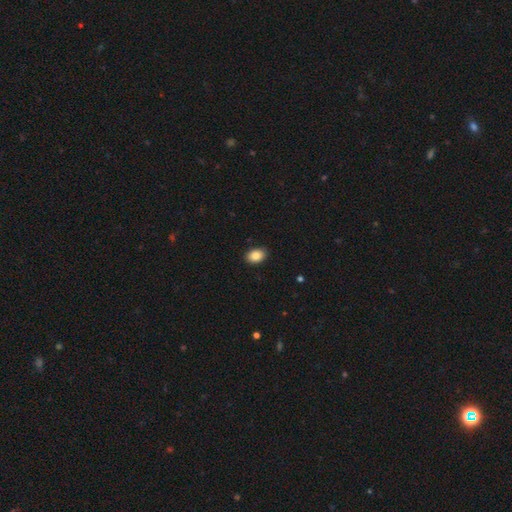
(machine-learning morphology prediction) A smooth galaxy with no disk features (86%) that is in between round and cigar-shaped (82%). Merging: none (90%).